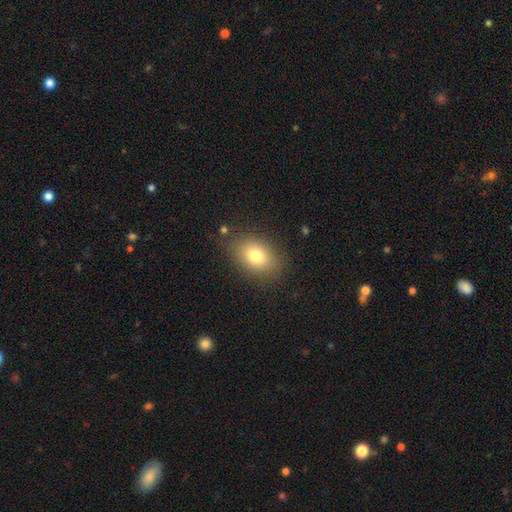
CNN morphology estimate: This is likely a smooth galaxy (77%). How rounded: likely in between (76%). Merging: clearly none (83%).